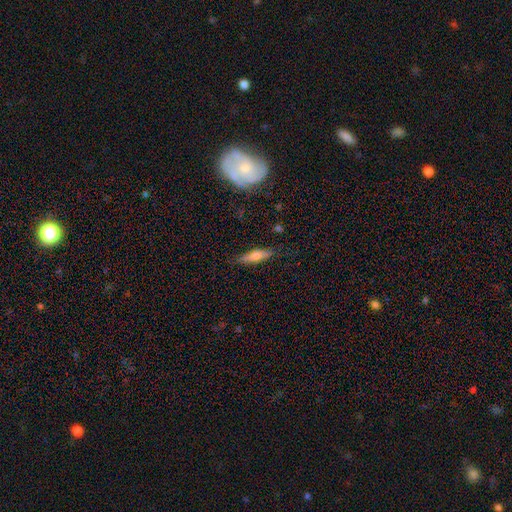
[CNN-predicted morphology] This appears to be a smooth galaxy with no disk features (54%) that is cigar-shaped (67%). Merging: none (84%).